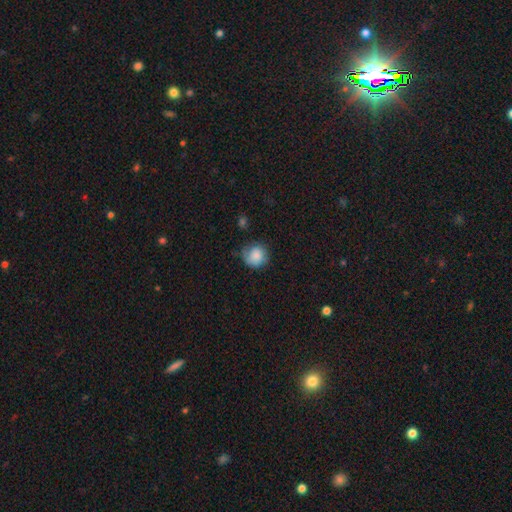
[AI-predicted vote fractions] The model was most divided on "merging": none: 65%, minor disturbance: 25%, major disturbance: 7%, merger: 2%. More confident: how rounded — round (89%); smooth or featured — smooth (80%).